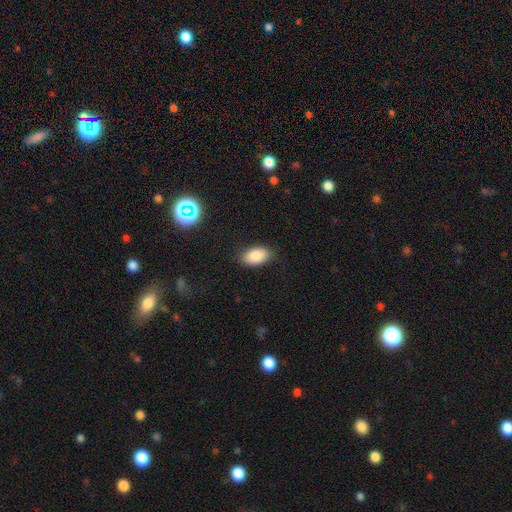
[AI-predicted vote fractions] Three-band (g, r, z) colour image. It shows a smooth galaxy with no disk features (85%) that is in between round and cigar-shaped (93%). Merging: none (85%).